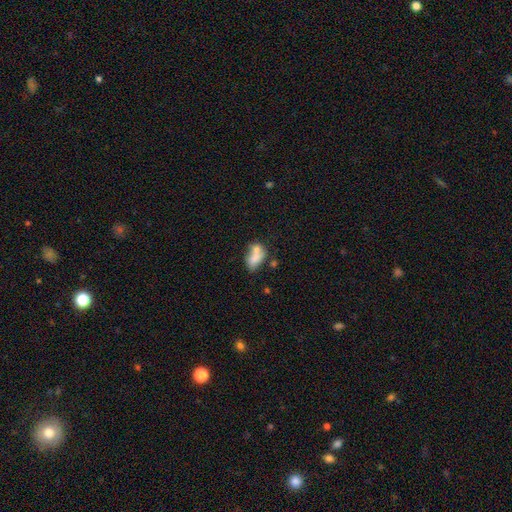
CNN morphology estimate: Smooth or featured: smooth — 70% (featured or disk — 21%)
How rounded: in between — 82% (round — 14%)
Merging: merger — 49% (none — 29%)